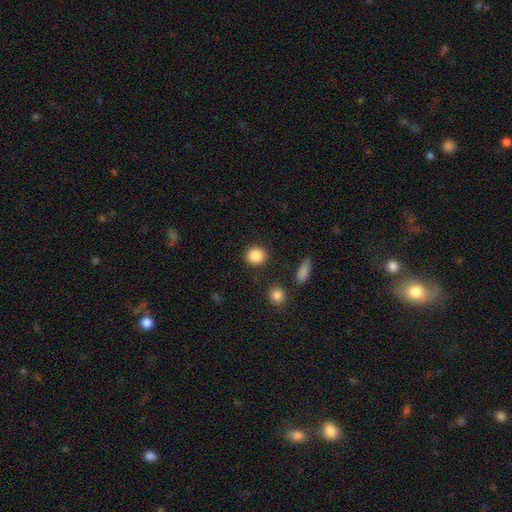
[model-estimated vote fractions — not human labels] Morphology: type=smooth (88%); roundness=round (82%); merging=none (88%).